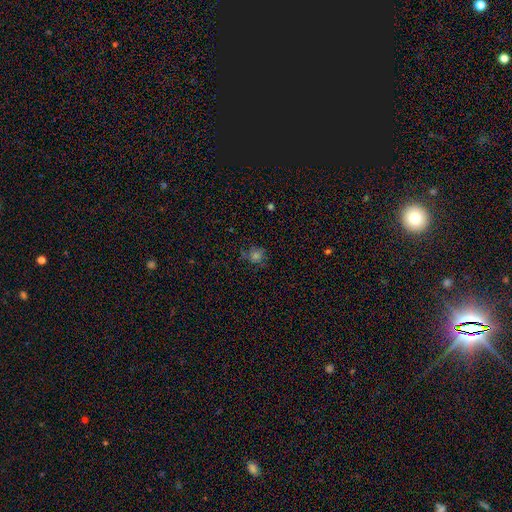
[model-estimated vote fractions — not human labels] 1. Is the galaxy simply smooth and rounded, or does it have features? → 57% smooth, 29% star or artifact, 14% featured or disk.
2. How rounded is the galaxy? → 84% round, 15% in between, 1% cigar-shaped.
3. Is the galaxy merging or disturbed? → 74% none, 16% minor disturbance, 7% major disturbance, 3% merger.